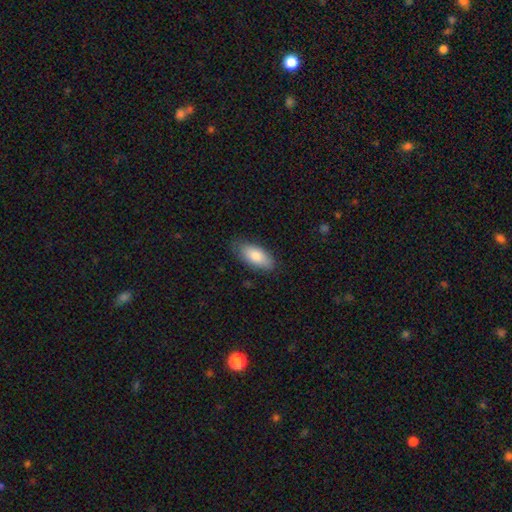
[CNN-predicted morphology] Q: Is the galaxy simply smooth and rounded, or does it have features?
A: smooth — 82%.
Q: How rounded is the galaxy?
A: in between — 86%.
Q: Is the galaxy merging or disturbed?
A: none — 83%.